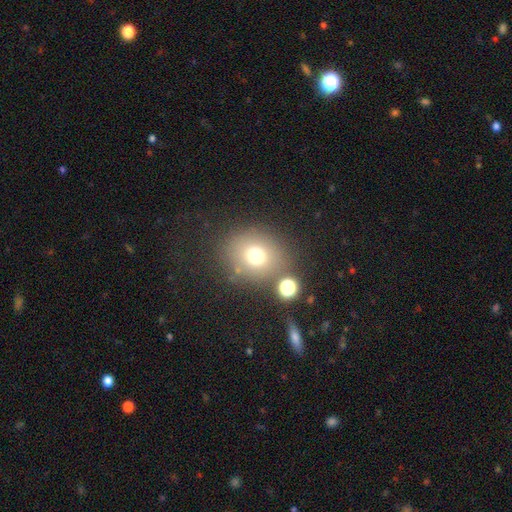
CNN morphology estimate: smooth 72%, star or artifact 17%, featured or disk 12%. Down the decision tree: how rounded — round (78%); merging — none (76%).